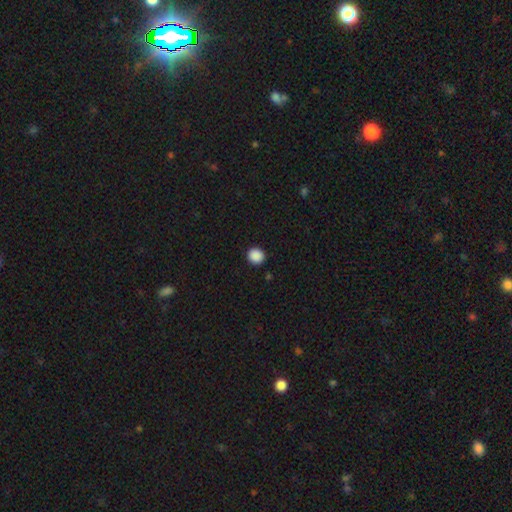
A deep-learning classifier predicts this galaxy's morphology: smooth_or_featured: smooth (p=0.89) [alt: star or artifact p=0.09]
how_rounded: round (p=0.87) [alt: in between p=0.12]
merging: none (p=0.92) [alt: minor disturbance p=0.05]